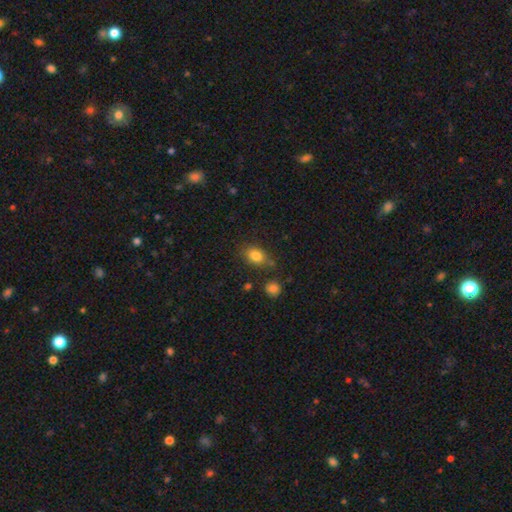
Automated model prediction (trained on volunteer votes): smooth_or_featured: smooth (p=0.83) [alt: star or artifact p=0.10]
how_rounded: in between (p=0.67) [alt: round p=0.31]
merging: none (p=0.74) [alt: minor disturbance p=0.16]